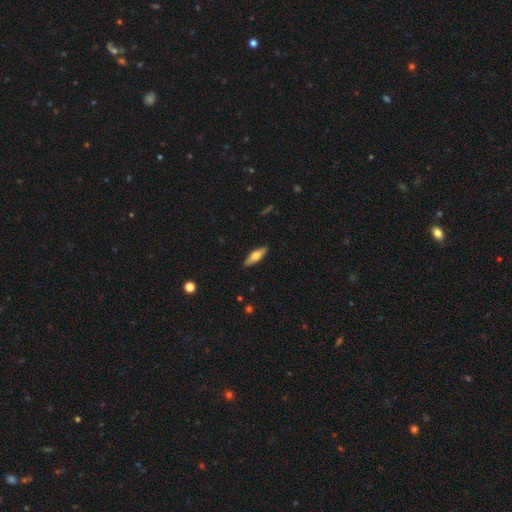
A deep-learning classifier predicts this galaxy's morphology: Q: Smooth or featured?
A: smooth (55%); runner-up: featured or disk (39%)
Q: How rounded?
A: cigar-shaped (52%); runner-up: in between (46%)
Q: Merging?
A: none (89%); runner-up: minor disturbance (8%)